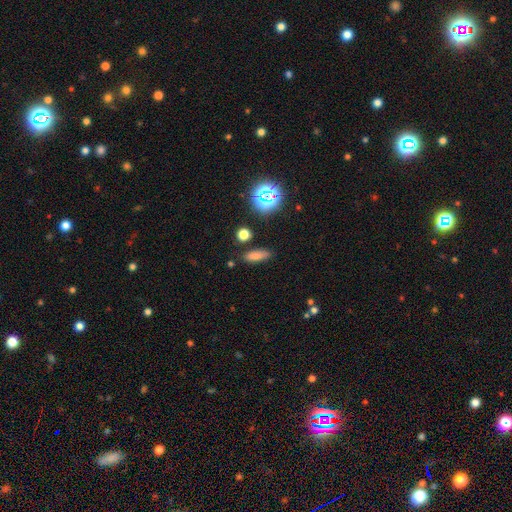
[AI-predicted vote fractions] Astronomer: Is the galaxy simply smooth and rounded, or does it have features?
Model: smooth — 75%.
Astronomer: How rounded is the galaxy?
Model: in between — 51% (runner-up: cigar-shaped, 43%).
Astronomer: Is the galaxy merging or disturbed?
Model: none — 82%.